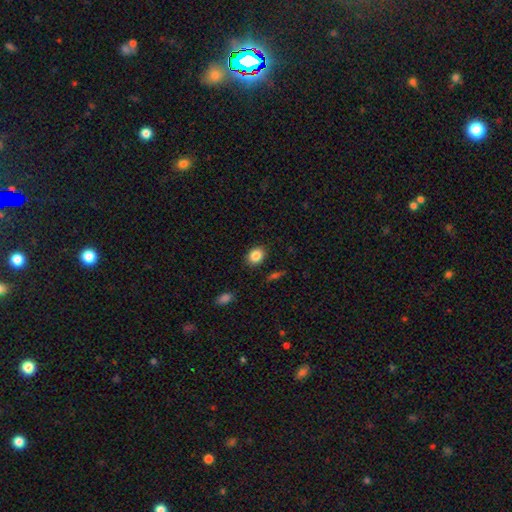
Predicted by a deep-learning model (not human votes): Smooth or featured? Predicted: smooth (p=0.86). How rounded? Predicted: in between (p=0.53). Merging? Predicted: none (p=0.87).